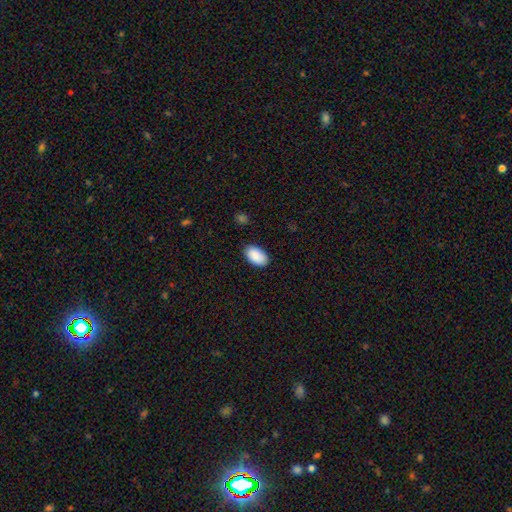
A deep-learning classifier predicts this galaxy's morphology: smooth_or_featured: smooth (p=0.89) [alt: star or artifact p=0.06]
how_rounded: in between (p=0.95) [alt: round p=0.04]
merging: none (p=0.86) [alt: minor disturbance p=0.11]